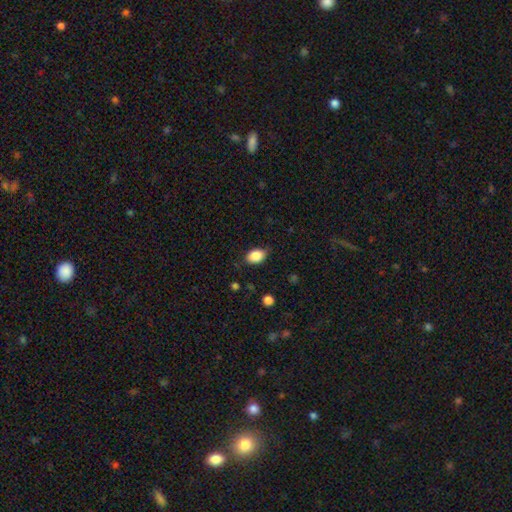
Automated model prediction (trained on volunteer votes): Smooth or featured: smooth — 87% (star or artifact — 8%)
How rounded: in between — 83% (round — 15%)
Merging: none — 79% (minor disturbance — 16%)